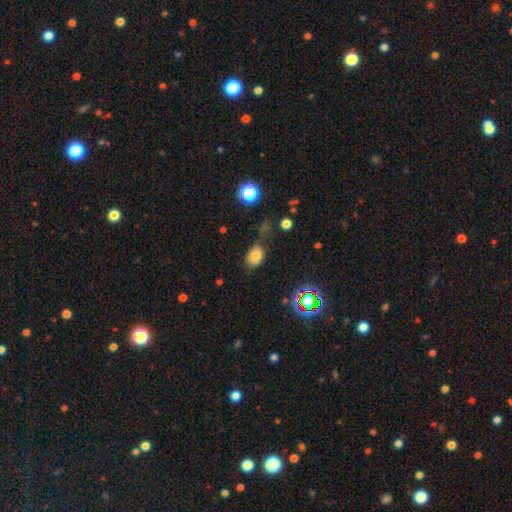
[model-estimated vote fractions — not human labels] Smooth or featured: smooth — 75% (star or artifact — 14%)
How rounded: in between — 71% (round — 28%)
Merging: none — 53% (minor disturbance — 28%)